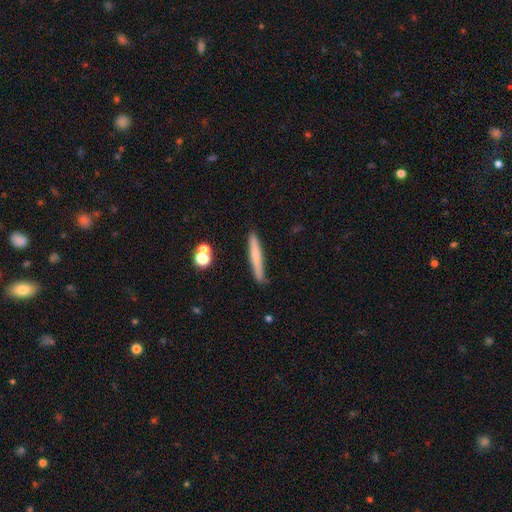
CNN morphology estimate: A smooth galaxy with no disk features (65%) that is cigar-shaped (95%). Merging: none (85%).